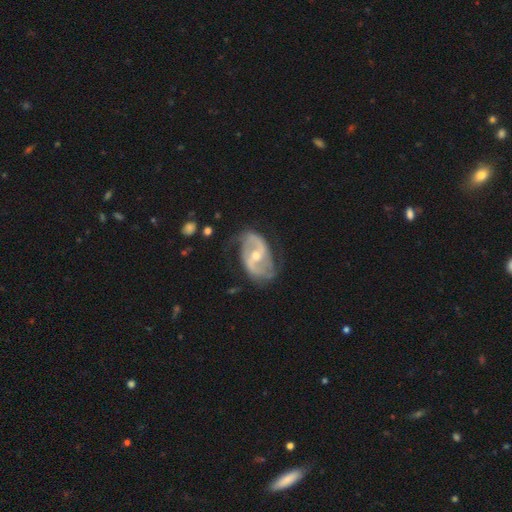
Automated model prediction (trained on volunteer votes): A featured or disk galaxy (87%) with a weak bar (44%), 2 (88%) medium (44%) spiral arms (94%) and a moderate central bulge (60%).

Vote fractions:
- Smooth or featured? featured or disk: 87% / smooth: 7% / star or artifact: 5%
- Edge-on disk? no: 97% / yes: 3%
- Bar? weak: 44% / strong: 29% / no: 27%
- Spiral arms? yes: 94% / no: 6%
- Spiral winding? medium: 44% / loose: 38% / tight: 18%
- Spiral arm count? 2: 88% / can't tell: 5% / 3: 2% / 1: 2% / 4: 1% / more than 4: 1%
- Bulge size? moderate: 60% / small: 35% / large: 2% / none: 1% / dominant: 1%
- Merging? none: 70% / minor disturbance: 20% / major disturbance: 8% / merger: 2%